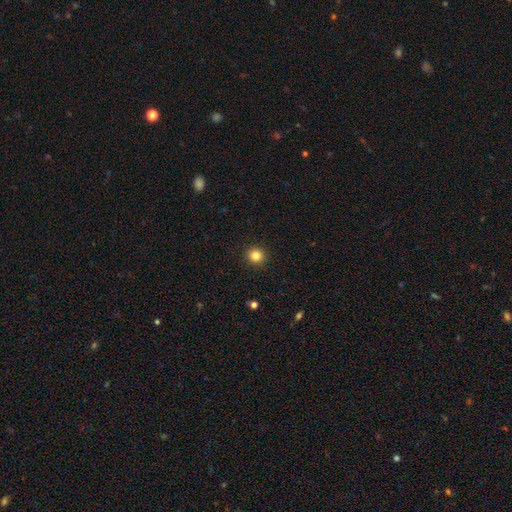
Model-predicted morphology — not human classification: Q: Smooth or featured?
A: smooth (84%); runner-up: star or artifact (12%)
Q: How rounded?
A: round (92%); runner-up: in between (7%)
Q: Merging?
A: none (92%); runner-up: minor disturbance (5%)